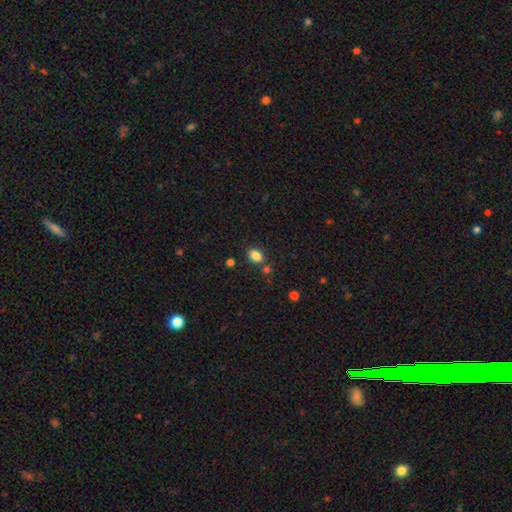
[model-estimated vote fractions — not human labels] The model was most divided on "how rounded": in between: 80%, round: 19%, cigar-shaped: 1%. More confident: smooth or featured — smooth (84%); merging — none (76%).